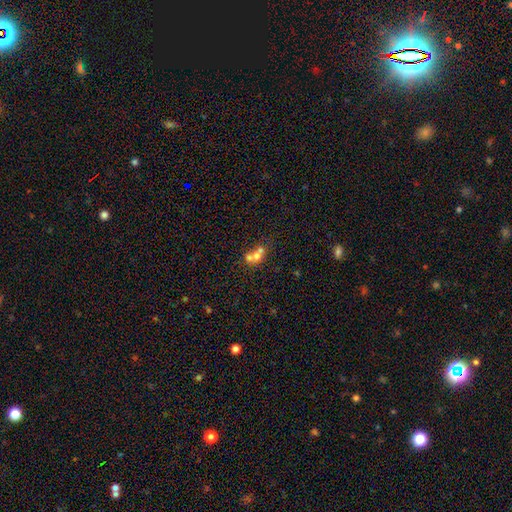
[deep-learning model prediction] Smooth or featured? smooth (57%)
How rounded? round (65%)
Merging? merger (66%)